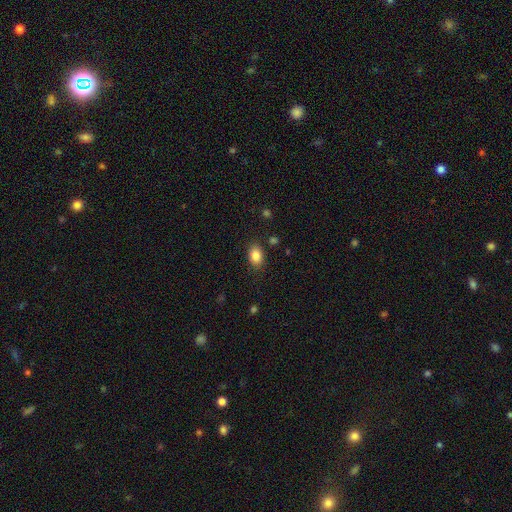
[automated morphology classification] A smooth galaxy with no disk features (85%) that is in between round and cigar-shaped (78%).

Vote fractions:
- Smooth or featured? smooth: 85% / star or artifact: 9% / featured or disk: 6%
- How rounded? in between: 78% / round: 21% / cigar-shaped: 1%
- Merging? none: 84% / minor disturbance: 11% / major disturbance: 3% / merger: 2%